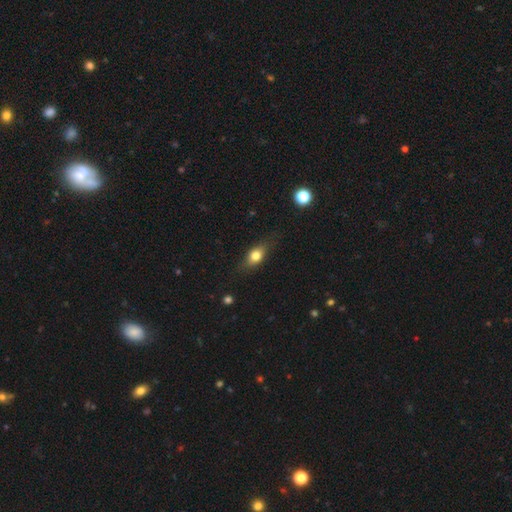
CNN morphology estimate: Smooth or featured: smooth — 71% (featured or disk — 20%)
How rounded: in between — 70% (round — 17%)
Merging: none — 76% (minor disturbance — 18%)